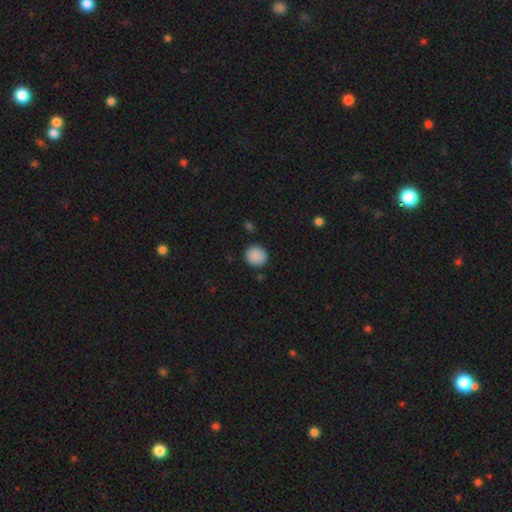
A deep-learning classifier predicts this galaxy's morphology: A smooth galaxy with no disk features (89%) that is round (92%). Merging: none (88%).